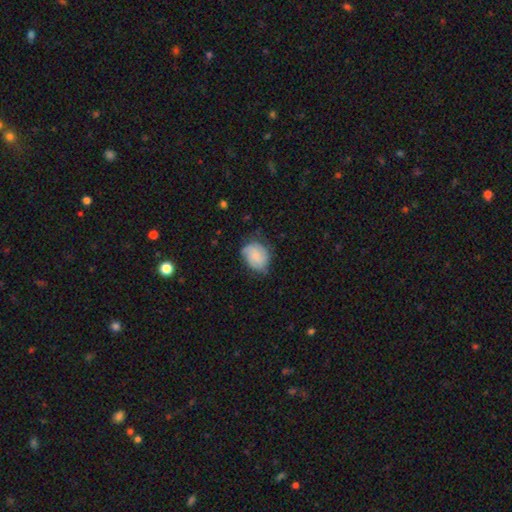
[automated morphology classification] smooth-or-featured: smooth: 51% | featured or disk: 42% | star or artifact: 8%
  how-rounded: in between: 50% | round: 49% | cigar-shaped: 1%
  merging: none: 58% | minor disturbance: 30% | major disturbance: 10% | merger: 1%